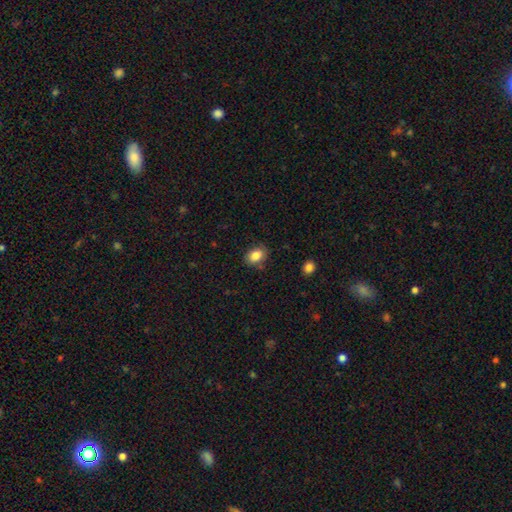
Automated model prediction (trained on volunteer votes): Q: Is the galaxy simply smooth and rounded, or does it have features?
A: smooth — 85%.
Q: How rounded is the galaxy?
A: in between — 72%.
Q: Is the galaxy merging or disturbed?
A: none — 80%.